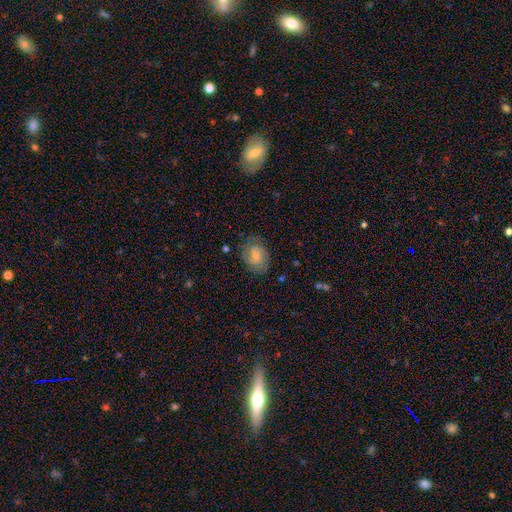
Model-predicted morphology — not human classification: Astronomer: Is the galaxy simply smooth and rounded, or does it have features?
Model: featured or disk — 50% (runner-up: smooth, 42%).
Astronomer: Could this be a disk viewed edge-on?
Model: no — 97%.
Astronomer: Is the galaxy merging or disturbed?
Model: none — 73%.